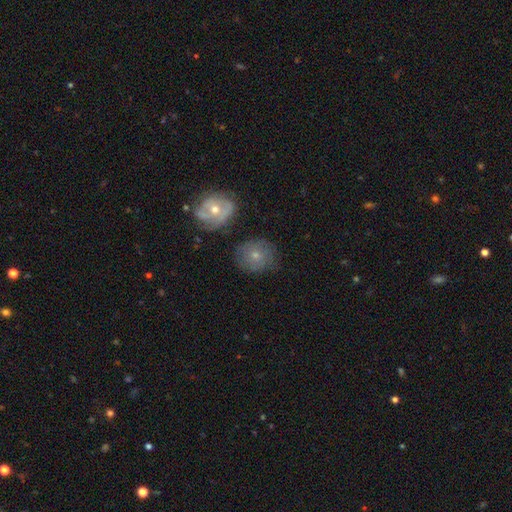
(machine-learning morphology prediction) The model was most divided on "smooth or featured": smooth: 55%, featured or disk: 36%, star or artifact: 9%. More confident: how rounded — round (78%); merging — none (68%).